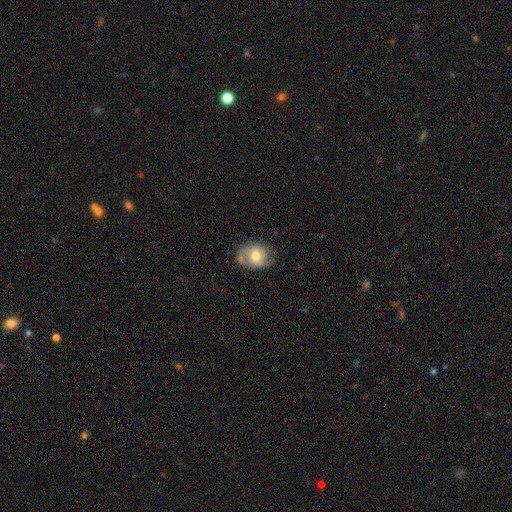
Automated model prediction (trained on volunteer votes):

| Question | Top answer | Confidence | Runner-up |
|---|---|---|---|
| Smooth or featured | smooth | 62% | featured or disk (31%) |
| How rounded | in between | 59% | round (40%) |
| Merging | none | 58% | minor disturbance (25%) |